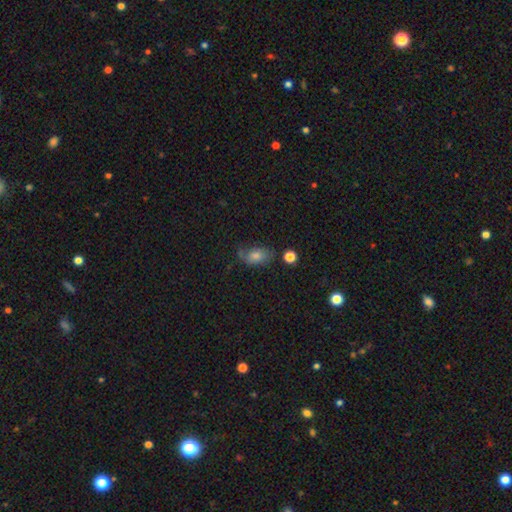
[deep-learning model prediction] smooth-or-featured: smooth: 65% | featured or disk: 18% | star or artifact: 17%
  how-rounded: in between: 83% | round: 14% | cigar-shaped: 3%
  merging: none: 60% | minor disturbance: 25% | major disturbance: 9% | merger: 6%